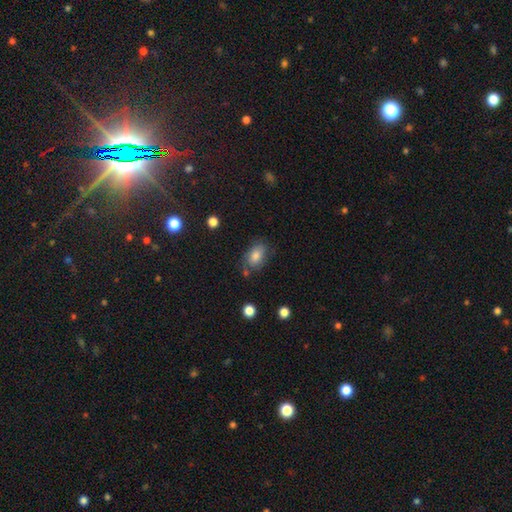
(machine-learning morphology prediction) Smooth or featured: smooth — 76% (featured or disk — 14%)
How rounded: in between — 87% (round — 11%)
Merging: none — 68% (minor disturbance — 20%)